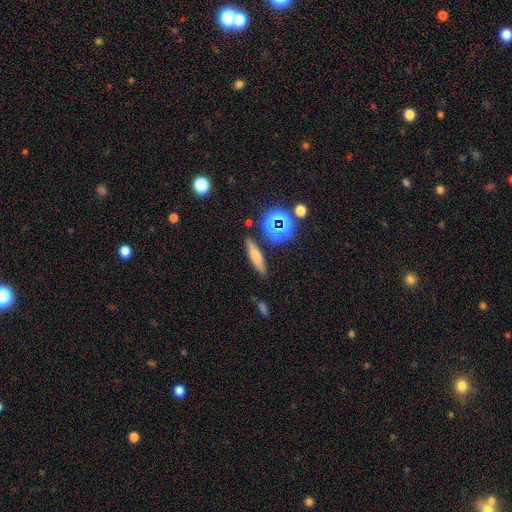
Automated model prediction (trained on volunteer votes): This is likely a smooth galaxy (66%). How rounded: likely cigar-shaped (73%). Merging: clearly none (84%).